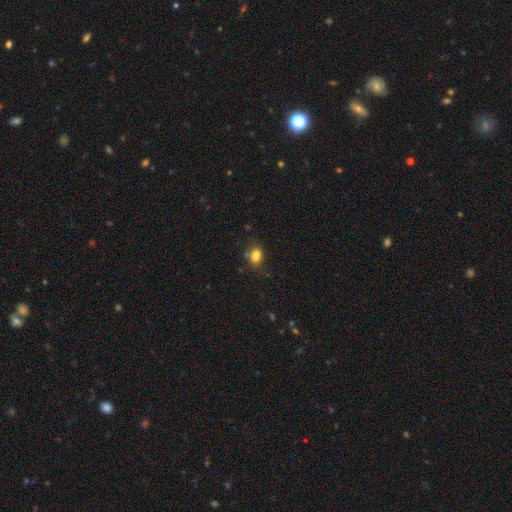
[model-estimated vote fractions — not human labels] Smooth or featured? smooth (79%)
How rounded? in between (70%)
Merging? none (59%)